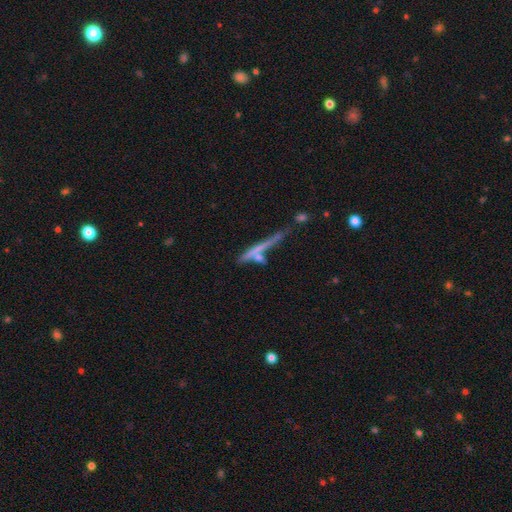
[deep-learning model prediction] A featured or disk galaxy (48%).

Vote fractions:
- Smooth or featured? featured or disk: 48% / smooth: 43% / star or artifact: 9%
- Merging? none: 51% / merger: 25% / minor disturbance: 16% / major disturbance: 8%